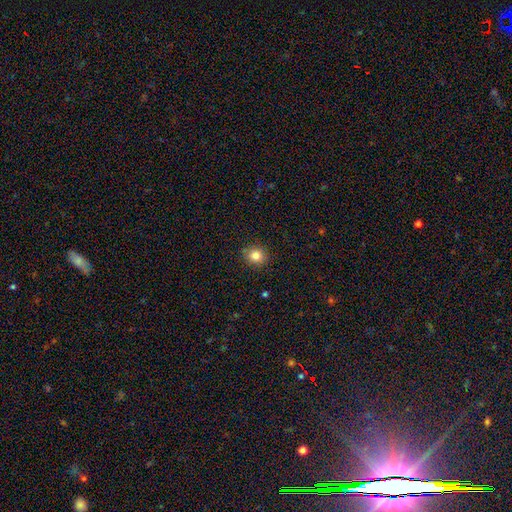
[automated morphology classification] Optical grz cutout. It shows a smooth galaxy with no disk features (83%) that is round (76%). Merging: none (89%).